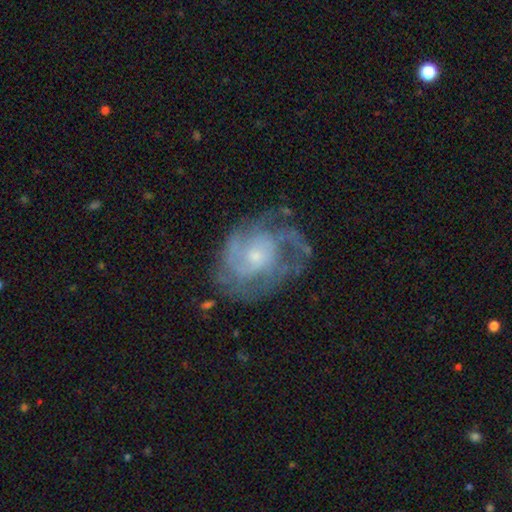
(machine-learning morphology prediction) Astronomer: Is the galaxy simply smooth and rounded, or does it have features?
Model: featured or disk — 83%.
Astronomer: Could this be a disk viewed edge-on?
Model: no — 98%.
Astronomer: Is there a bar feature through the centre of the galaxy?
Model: no — 73%.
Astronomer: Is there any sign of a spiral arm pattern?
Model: yes — 91%.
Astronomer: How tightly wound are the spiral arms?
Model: tight — 45% (runner-up: medium, 41%).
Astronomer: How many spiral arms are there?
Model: can't tell — 31% (runner-up: 3, 24%).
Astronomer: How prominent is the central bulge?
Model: small — 61%.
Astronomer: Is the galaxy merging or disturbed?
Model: none — 61%.